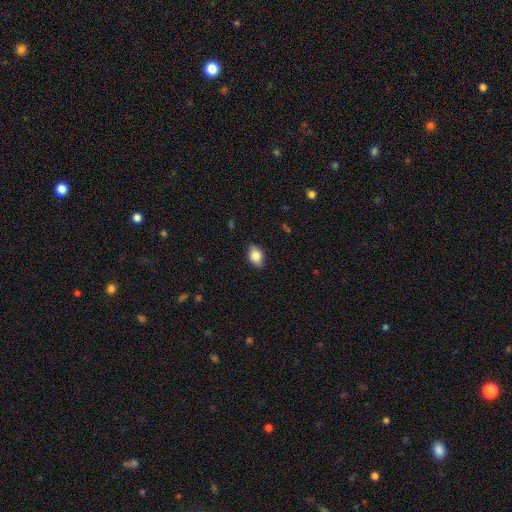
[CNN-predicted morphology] The model was most divided on "how rounded": in between: 79%, round: 19%, cigar-shaped: 2%. More confident: merging — none (83%); smooth or featured — smooth (79%).